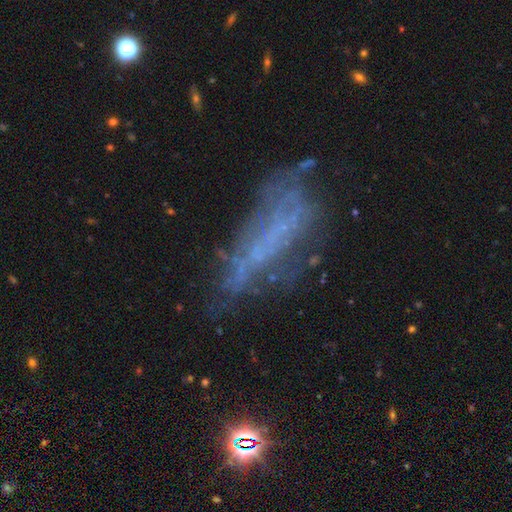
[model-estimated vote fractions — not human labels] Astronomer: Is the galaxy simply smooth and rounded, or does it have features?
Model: featured or disk — 55%.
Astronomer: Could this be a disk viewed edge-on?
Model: no — 77%.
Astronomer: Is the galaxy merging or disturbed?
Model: none — 54%.